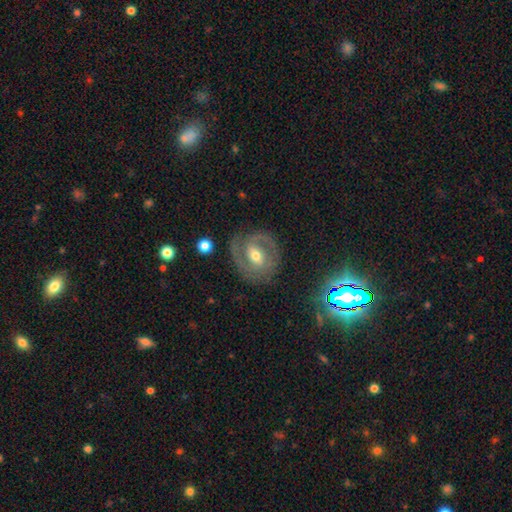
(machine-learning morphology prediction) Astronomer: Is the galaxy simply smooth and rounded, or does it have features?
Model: featured or disk — 79%.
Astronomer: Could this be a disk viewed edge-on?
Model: no — 96%.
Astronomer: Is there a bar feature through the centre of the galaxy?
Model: weak — 48% (runner-up: strong, 26%).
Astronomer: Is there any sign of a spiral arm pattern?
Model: yes — 87%.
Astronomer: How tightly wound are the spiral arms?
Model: tight — 46% (runner-up: medium, 43%).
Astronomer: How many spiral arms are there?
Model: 2 — 74%.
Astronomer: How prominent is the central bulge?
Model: moderate — 69%.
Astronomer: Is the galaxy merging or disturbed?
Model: none — 76%.